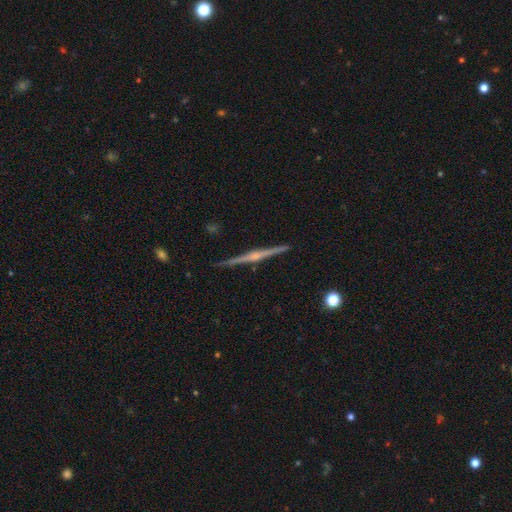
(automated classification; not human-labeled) Overall: featured or disk (86%). Edge-on disk: yes (99%). Edge-on bulge: rounded (78%). Merging: none (92%).